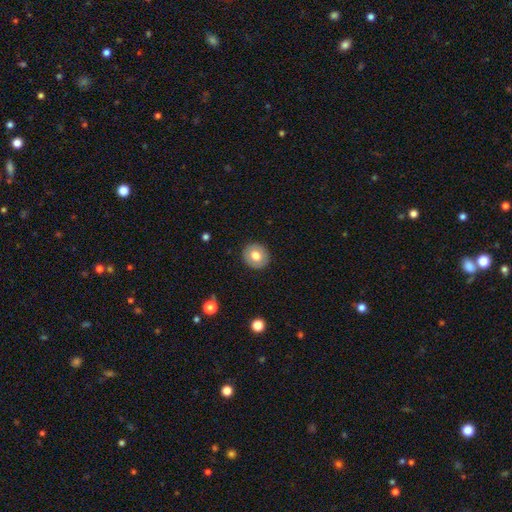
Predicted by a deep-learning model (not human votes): Smooth or featured? Predicted: smooth (p=0.74). How rounded? Predicted: round (p=0.87). Merging? Predicted: none (p=0.90).